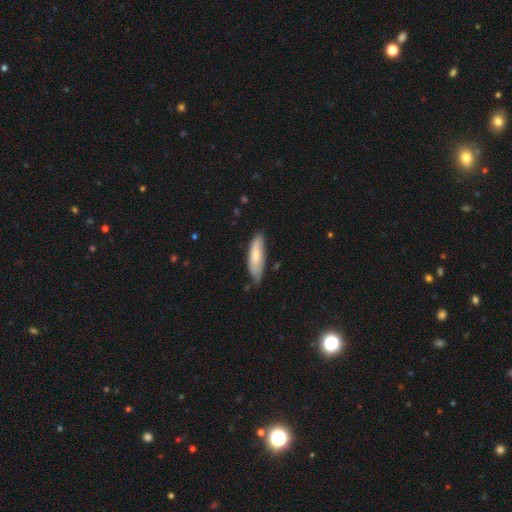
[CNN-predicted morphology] smooth-or-featured: smooth: 71% | featured or disk: 23% | star or artifact: 6%
  how-rounded: cigar-shaped: 53% | in between: 46% | round: 2%
  merging: none: 64% | minor disturbance: 30% | major disturbance: 4% | merger: 2%